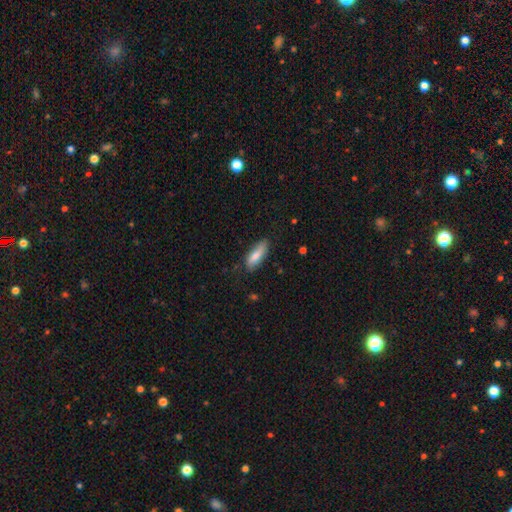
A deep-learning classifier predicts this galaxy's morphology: This appears to be a smooth galaxy with no disk features (81%) that is in between round and cigar-shaped (66%). Merging: none (74%).